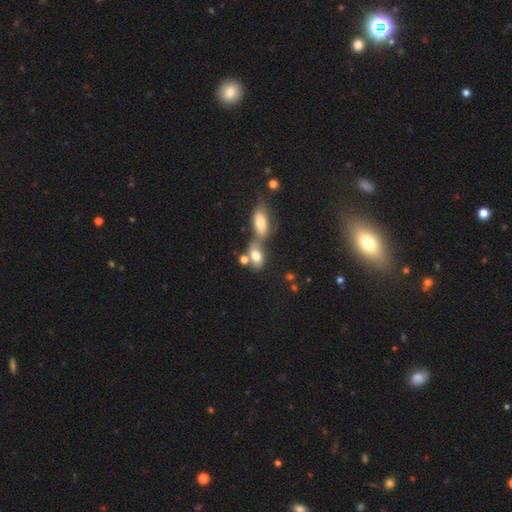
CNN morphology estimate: Smooth or featured: smooth — 74% (featured or disk — 16%)
How rounded: in between — 84% (round — 12%)
Merging: merger — 56% (none — 27%)